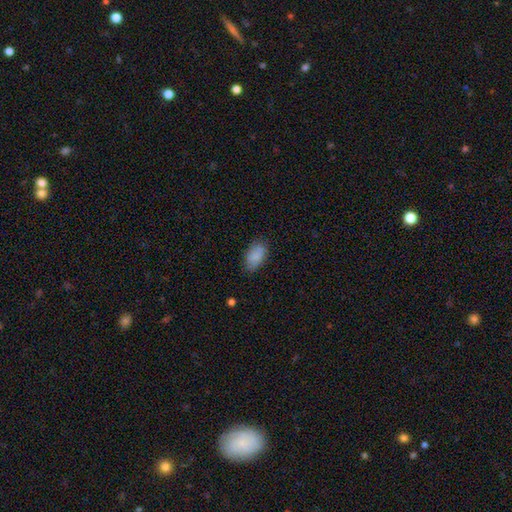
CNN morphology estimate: Overall: smooth (86%). How rounded: in between (93%). Merging: none (77%).